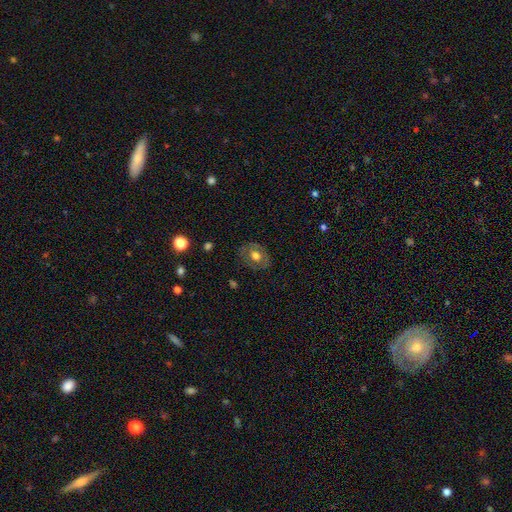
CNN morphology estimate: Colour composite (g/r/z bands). It shows a smooth galaxy with no disk features (54%) that is in between round and cigar-shaped (56%). Merging: none (78%).